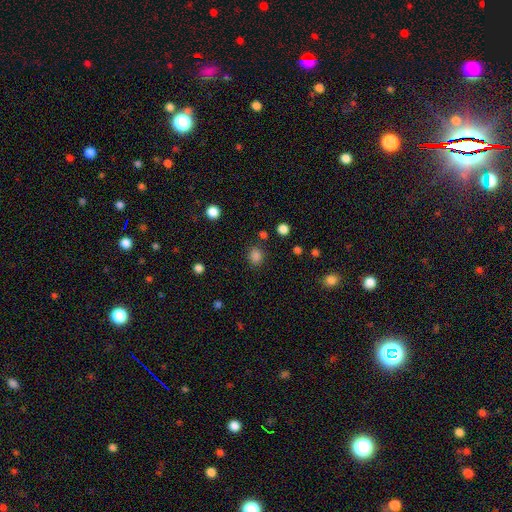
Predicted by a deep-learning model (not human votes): smooth 84%, star or artifact 13%, featured or disk 3%. Down the decision tree: how rounded — round (74%); merging — none (85%).